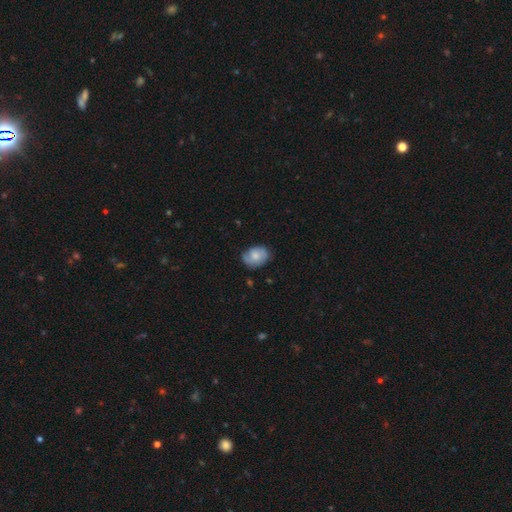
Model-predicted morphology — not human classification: smooth 58%, featured or disk 35%, star or artifact 7%. Down the decision tree: how rounded — in between (71%); merging — none (70%).